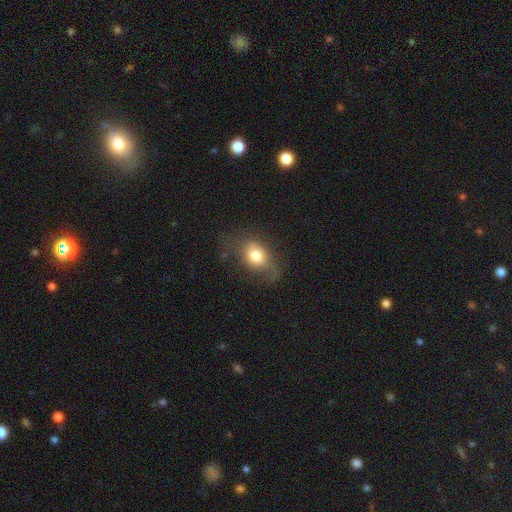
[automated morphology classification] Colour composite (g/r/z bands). It shows a smooth galaxy with no disk features (70%) that is in between round and cigar-shaped (60%). Merging: none (44%).